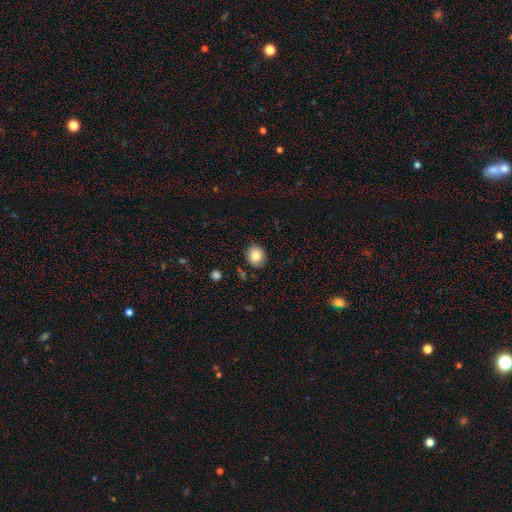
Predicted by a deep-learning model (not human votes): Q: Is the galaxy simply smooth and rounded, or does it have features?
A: smooth — 82%.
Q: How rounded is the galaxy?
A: round — 74%.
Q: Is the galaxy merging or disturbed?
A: none — 86%.